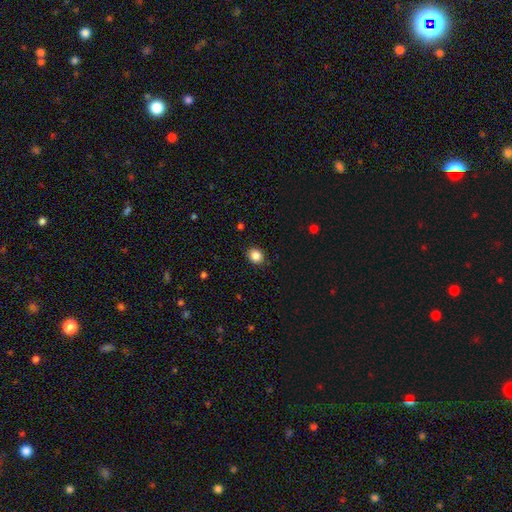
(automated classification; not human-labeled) Smooth or featured?
  - smooth: 85% *
  - star or artifact: 10%
  - featured or disk: 4%
How rounded?
  - round: 74% *
  - in between: 25%
  - cigar-shaped: 1%
Merging?
  - none: 90% *
  - minor disturbance: 7%
  - major disturbance: 2%
  - merger: 1%